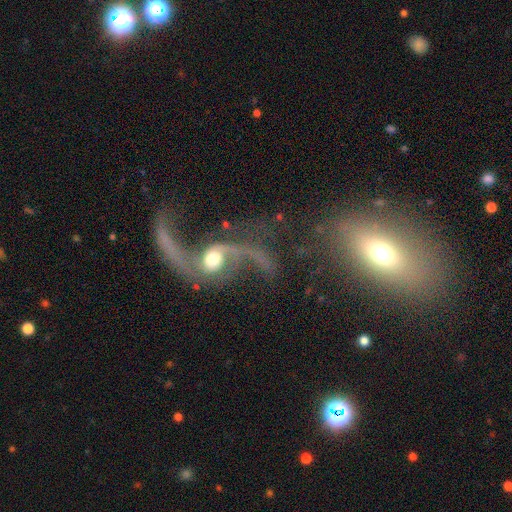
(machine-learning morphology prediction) Overall: featured or disk (87%). Edge-on disk: no (94%). Bar: no (54%; weak 32%). Spiral arms: yes (95%). Spiral arm count: 2 (93%). Spiral winding: loose (89%). Bulge size: moderate (51%; small 33%). Merging: none (47%; major disturbance 23%).